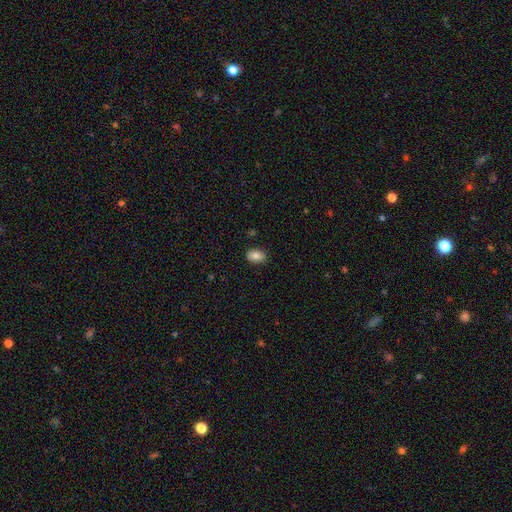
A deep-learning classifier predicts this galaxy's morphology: This is clearly a smooth galaxy (81%). How rounded: clearly in between (84%). Merging: clearly none (86%).